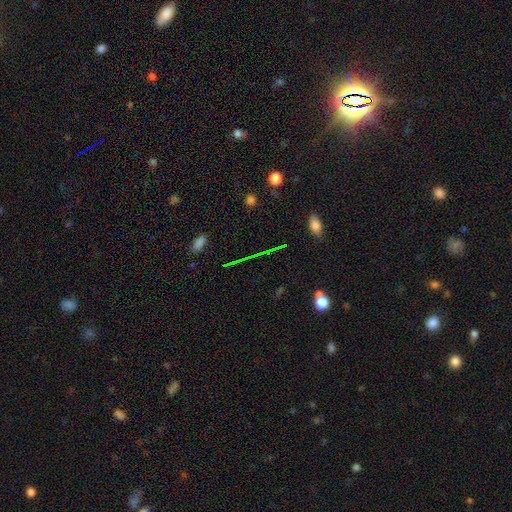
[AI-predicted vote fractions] Smooth or featured? star or artifact (56%)